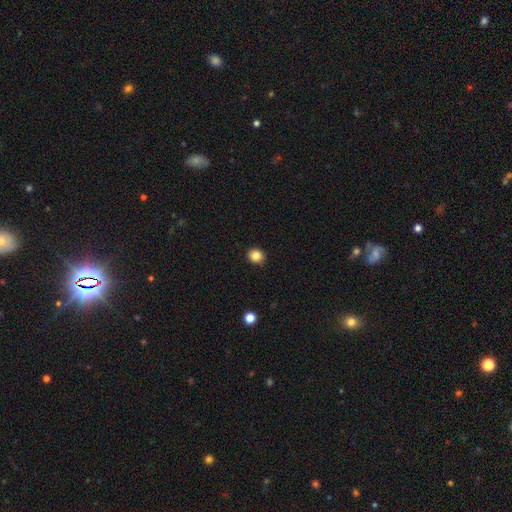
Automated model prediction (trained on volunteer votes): Morphology: type=smooth (85%); roundness=round (73%); merging=none (91%).